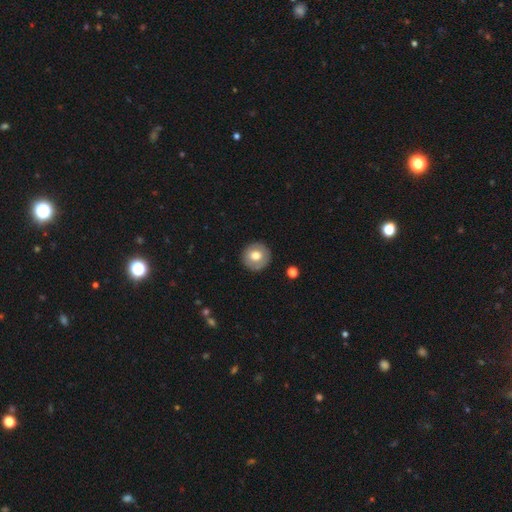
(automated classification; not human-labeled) Smooth or featured? smooth (72%)
How rounded? round (94%)
Merging? none (90%)